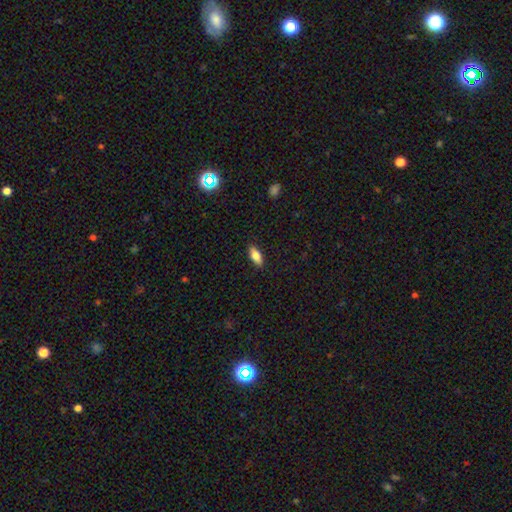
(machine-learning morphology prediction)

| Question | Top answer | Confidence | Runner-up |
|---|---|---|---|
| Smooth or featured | smooth | 77% | featured or disk (16%) |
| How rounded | in between | 78% | cigar-shaped (19%) |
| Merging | none | 88% | minor disturbance (9%) |